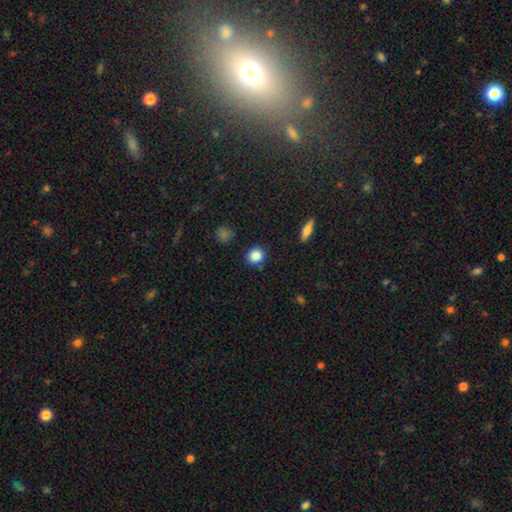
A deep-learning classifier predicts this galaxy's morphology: Smooth or featured: smooth — 85% (star or artifact — 10%)
How rounded: round — 85% (in between — 13%)
Merging: none — 86% (minor disturbance — 9%)